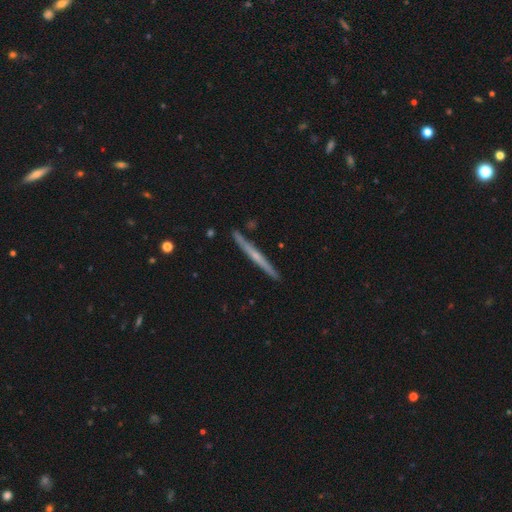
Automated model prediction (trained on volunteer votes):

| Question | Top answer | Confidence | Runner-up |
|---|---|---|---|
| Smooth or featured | featured or disk | 63% | smooth (31%) |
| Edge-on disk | yes | 97% | no (3%) |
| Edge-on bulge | none | 57% | rounded (38%) |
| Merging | none | 89% | minor disturbance (8%) |